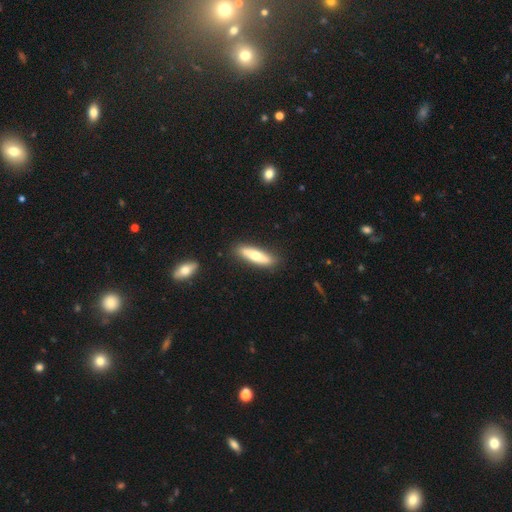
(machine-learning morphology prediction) The model was most divided on "smooth or featured": smooth: 62%, featured or disk: 32%, star or artifact: 5%. More confident: merging — none (87%); how rounded — cigar-shaped (70%).